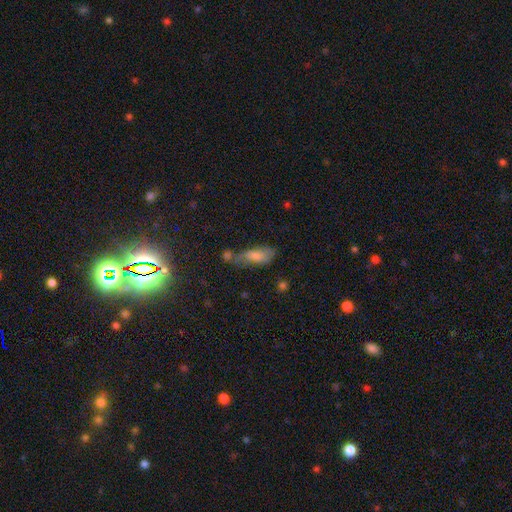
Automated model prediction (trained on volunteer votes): smooth 61%, featured or disk 23%, star or artifact 16%. Down the decision tree: how rounded — in between (67%); merging — none (42%).